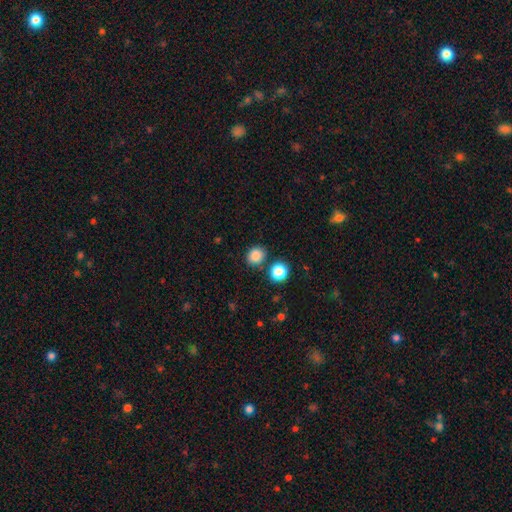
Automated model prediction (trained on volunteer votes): Smooth or featured?
  - smooth: 84% *
  - star or artifact: 12%
  - featured or disk: 4%
How rounded?
  - round: 77% *
  - in between: 22%
  - cigar-shaped: 1%
Merging?
  - none: 80% *
  - minor disturbance: 9%
  - merger: 8%
  - major disturbance: 3%